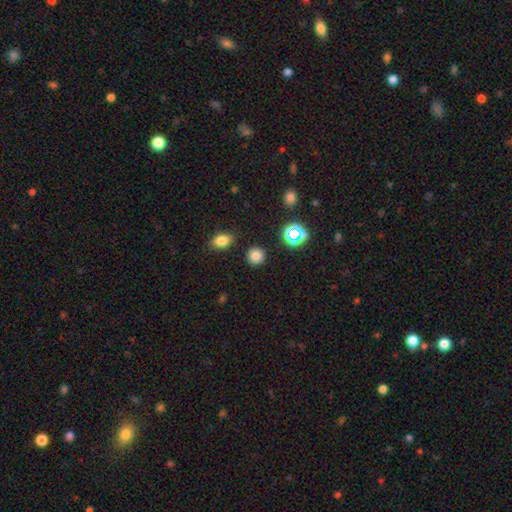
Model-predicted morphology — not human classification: Q: Smooth or featured?
A: smooth (79%); runner-up: star or artifact (17%)
Q: How rounded?
A: round (91%); runner-up: in between (7%)
Q: Merging?
A: none (88%); runner-up: minor disturbance (7%)